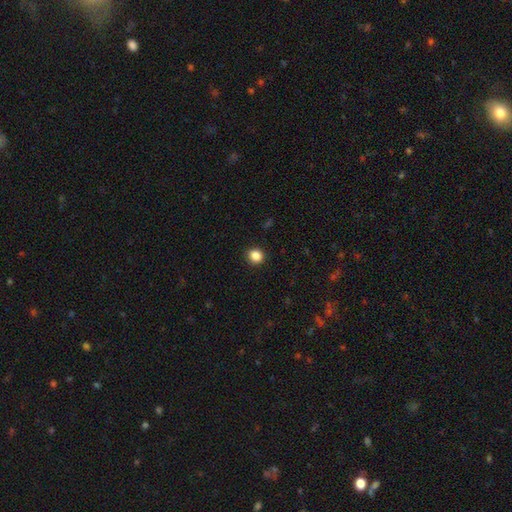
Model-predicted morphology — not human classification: Overall: smooth (86%). How rounded: round (87%). Merging: none (92%).